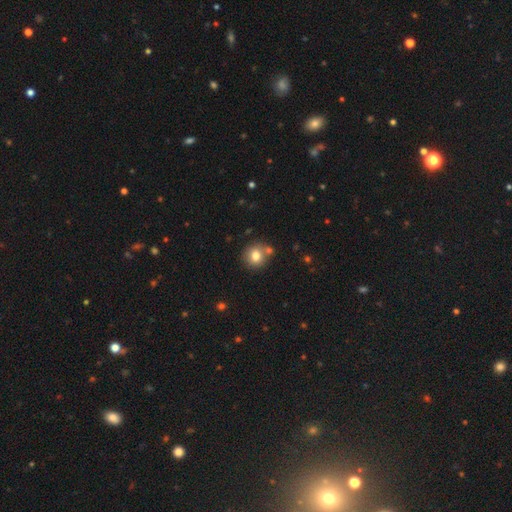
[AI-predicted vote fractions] A smooth galaxy with no disk features (77%) that is round (88%). Merging: none (72%).